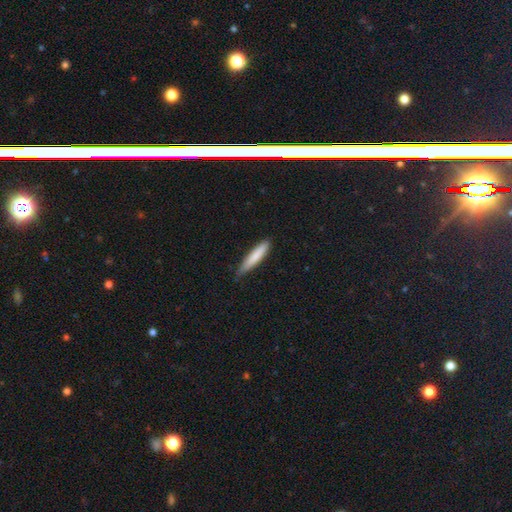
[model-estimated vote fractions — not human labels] Q: Smooth or featured?
A: smooth (79%); runner-up: featured or disk (16%)
Q: How rounded?
A: cigar-shaped (87%); runner-up: in between (12%)
Q: Merging?
A: none (70%); runner-up: minor disturbance (26%)